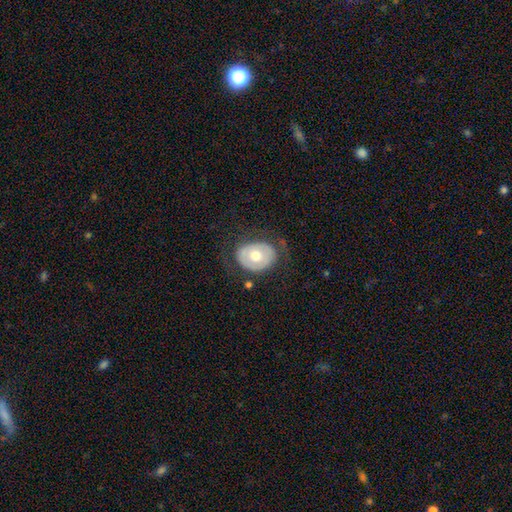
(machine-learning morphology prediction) Smooth or featured? Predicted: smooth (p=0.51). How rounded? Predicted: in between (p=0.60). Merging? Predicted: none (p=0.66).